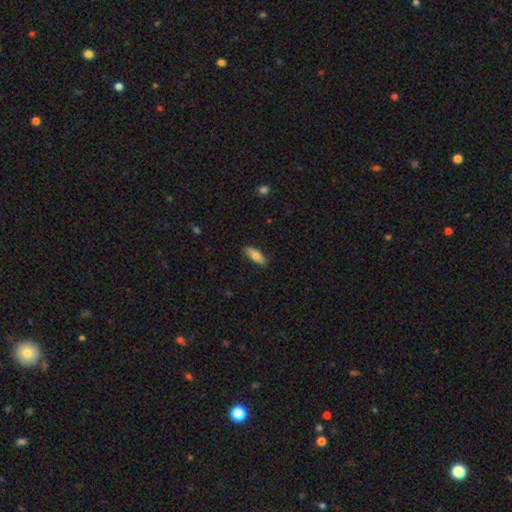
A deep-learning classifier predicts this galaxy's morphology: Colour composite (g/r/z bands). It shows a smooth galaxy with no disk features (73%) that is in between round and cigar-shaped (68%). Merging: none (85%).